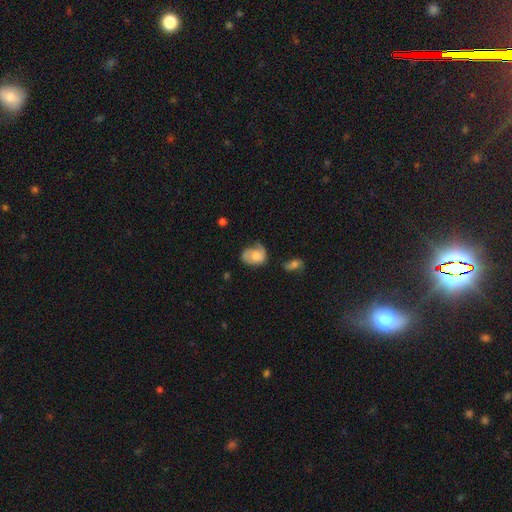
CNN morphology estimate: smooth-or-featured: smooth: 49% | featured or disk: 43% | star or artifact: 8%
  merging: none: 43% | minor disturbance: 33% | major disturbance: 20% | merger: 5%